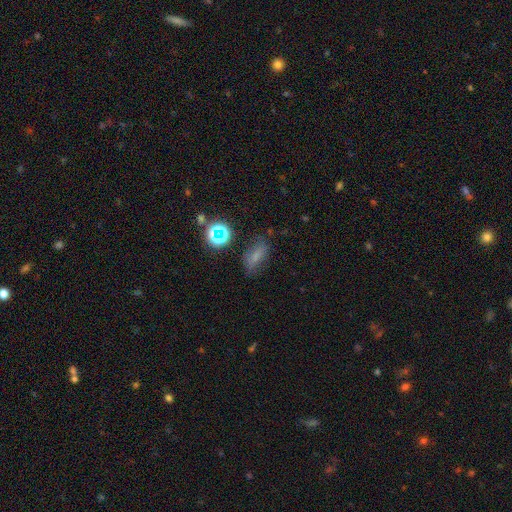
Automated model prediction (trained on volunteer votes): Overall: smooth (62%). How rounded: in between (73%). Merging: none (66%).